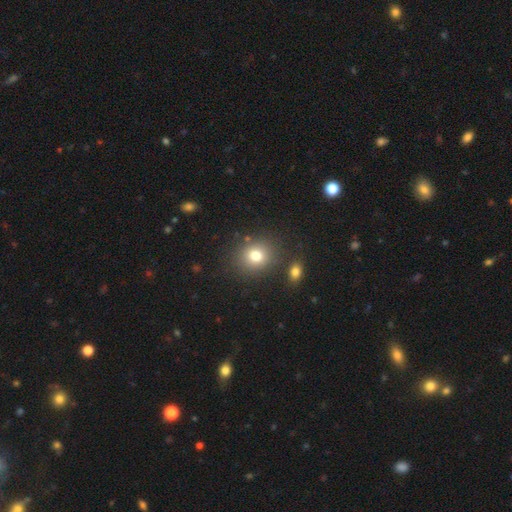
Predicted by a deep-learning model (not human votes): The model was most divided on "how rounded": round: 74%, in between: 25%, cigar-shaped: 1%. More confident: merging — none (81%); smooth or featured — smooth (77%).